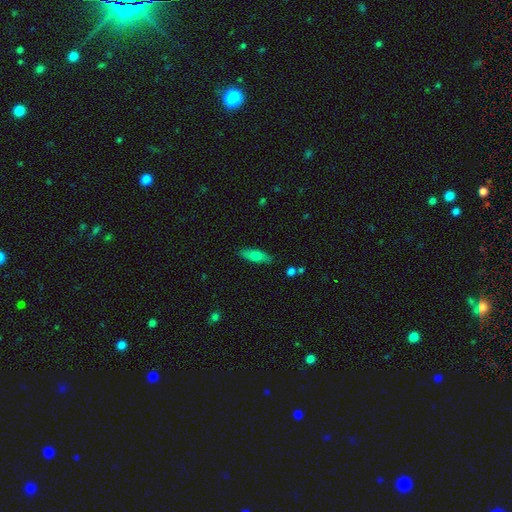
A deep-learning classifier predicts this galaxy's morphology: A smooth galaxy with no disk features (66%) that is in between round and cigar-shaped (49%). Merging: none (86%).